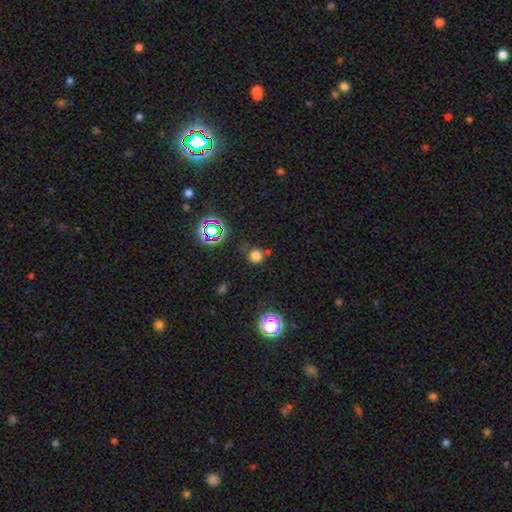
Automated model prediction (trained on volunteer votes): This is likely a smooth galaxy (70%). How rounded: clearly round (88%). Merging: likely none (70%).